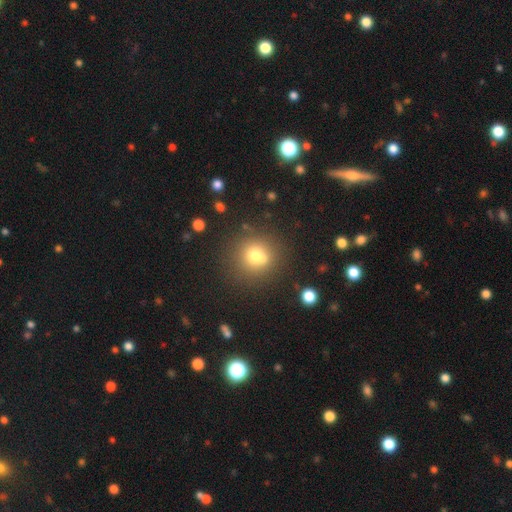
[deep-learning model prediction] Overall: smooth (68%). How rounded: round (89%). Merging: none (59%; merger 26%).